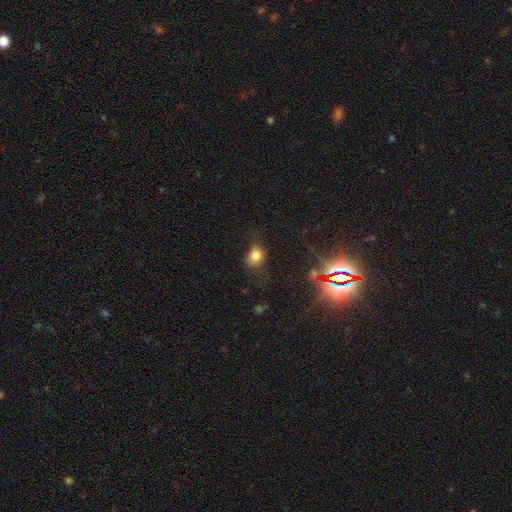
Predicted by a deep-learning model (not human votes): Q: Smooth or featured?
A: smooth (76%); runner-up: star or artifact (15%)
Q: How rounded?
A: round (50%); runner-up: in between (49%)
Q: Merging?
A: none (60%); runner-up: minor disturbance (24%)